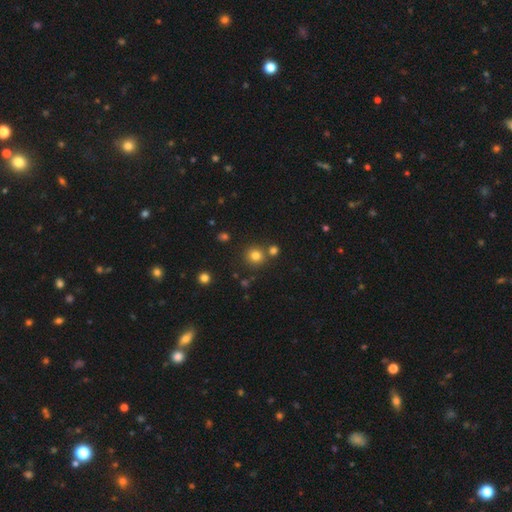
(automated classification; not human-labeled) Smooth or featured: smooth — 79% (star or artifact — 14%)
How rounded: round — 92% (in between — 7%)
Merging: none — 76% (merger — 14%)